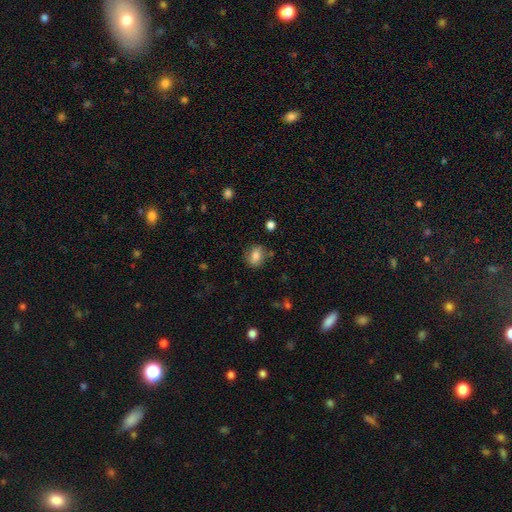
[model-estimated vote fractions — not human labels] A smooth galaxy with no disk features (78%) that is in between round and cigar-shaped (52%). Merging: none (76%).